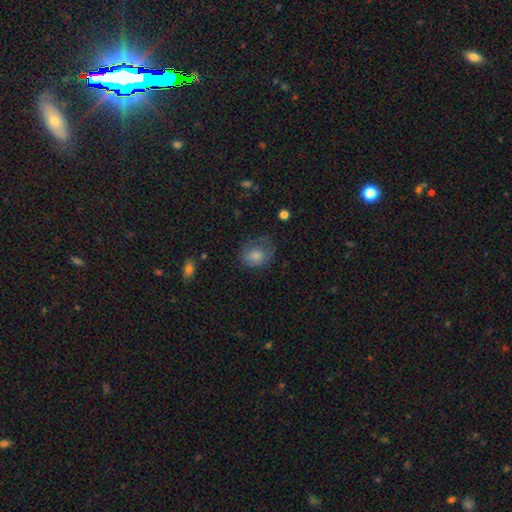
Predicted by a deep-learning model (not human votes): Overall: smooth (75%). How rounded: round (50%; in between 49%). Merging: none (49%; minor disturbance 28%).